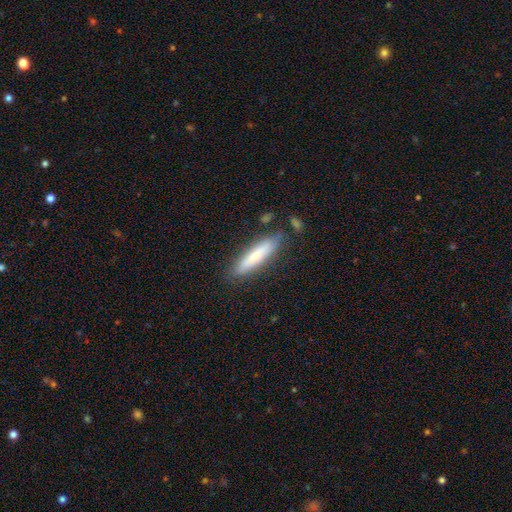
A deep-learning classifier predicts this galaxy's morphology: Overall: smooth (71%). How rounded: cigar-shaped (83%). Merging: none (80%).